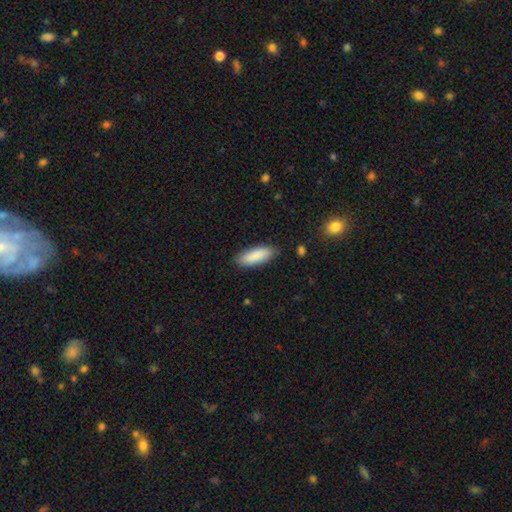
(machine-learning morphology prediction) Smooth or featured? Predicted: smooth (p=0.88). How rounded? Predicted: in between (p=0.62). Merging? Predicted: none (p=0.86).